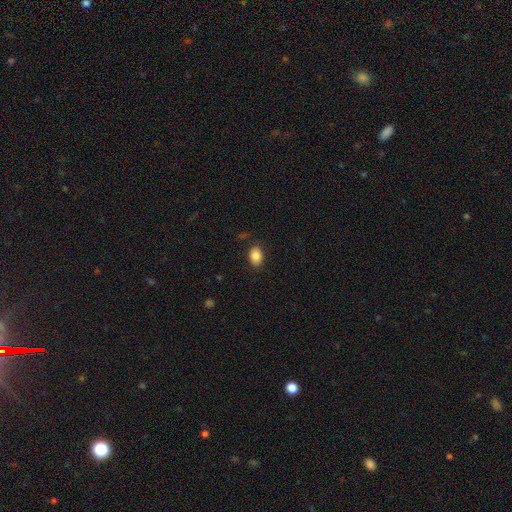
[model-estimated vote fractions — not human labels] Smooth or featured?
  - smooth: 86% *
  - star or artifact: 8%
  - featured or disk: 6%
How rounded?
  - in between: 84% *
  - round: 15%
  - cigar-shaped: 1%
Merging?
  - none: 85% *
  - minor disturbance: 11%
  - major disturbance: 3%
  - merger: 1%